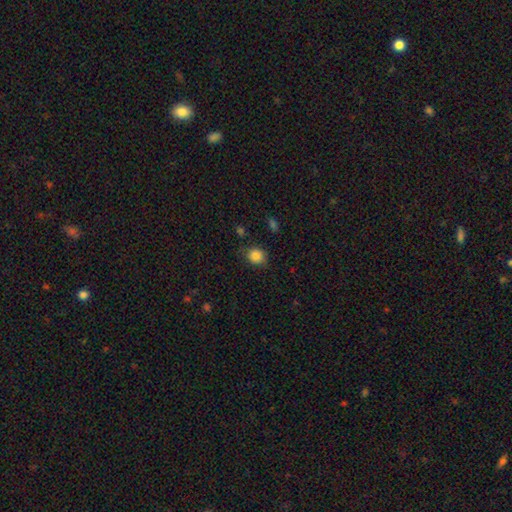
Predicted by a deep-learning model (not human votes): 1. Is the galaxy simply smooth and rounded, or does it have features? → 84% smooth, 10% star or artifact, 5% featured or disk.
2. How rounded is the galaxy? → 74% round, 25% in between, 1% cigar-shaped.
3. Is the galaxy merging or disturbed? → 76% none, 18% minor disturbance, 4% major disturbance, 2% merger.